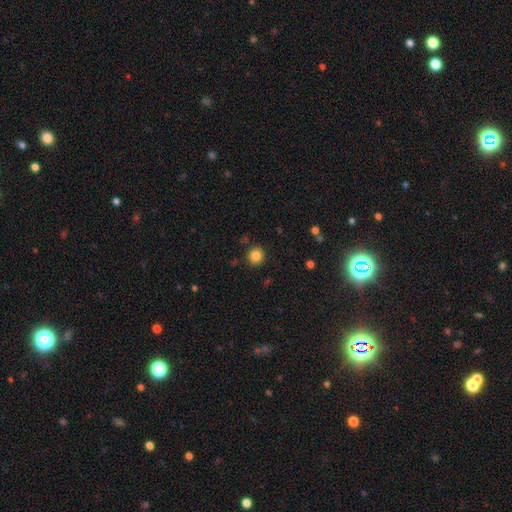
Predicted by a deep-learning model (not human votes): Smooth or featured? smooth (84%)
How rounded? round (89%)
Merging? none (90%)